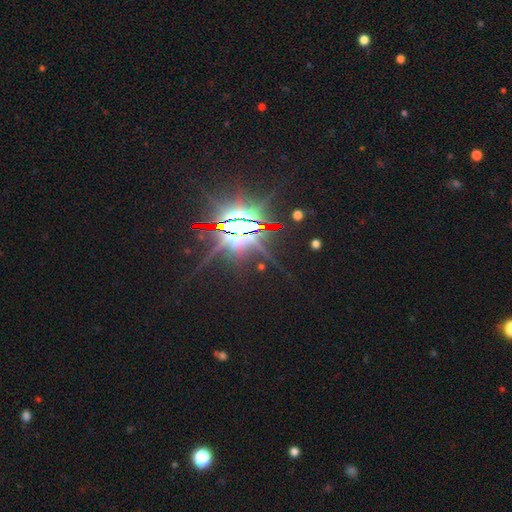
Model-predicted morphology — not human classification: Q: Smooth or featured?
A: star or artifact (86%); runner-up: featured or disk (8%)